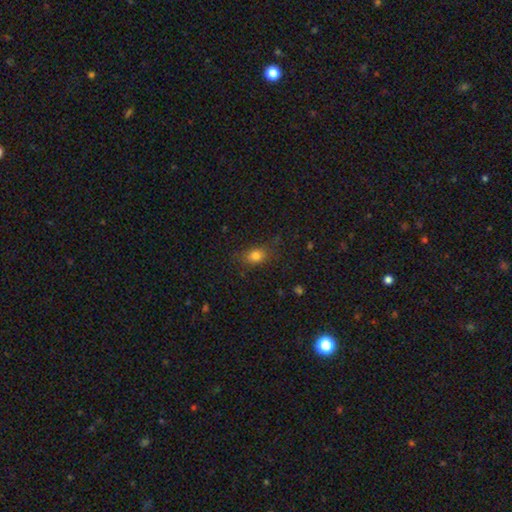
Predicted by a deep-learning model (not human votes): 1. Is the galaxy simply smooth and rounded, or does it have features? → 79% smooth, 12% star or artifact, 8% featured or disk.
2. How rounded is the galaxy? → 65% in between, 32% round, 3% cigar-shaped.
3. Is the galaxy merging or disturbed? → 74% none, 18% minor disturbance, 7% major disturbance, 2% merger.